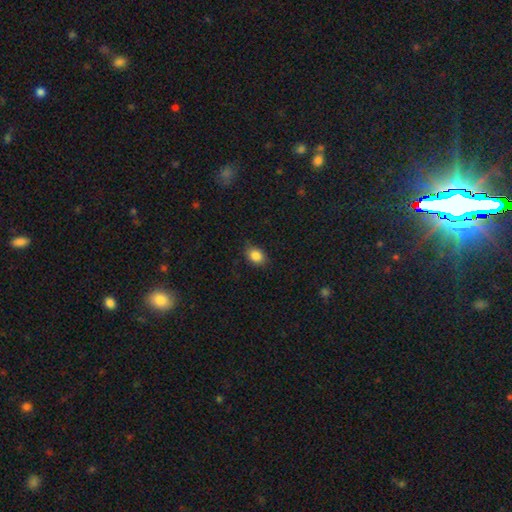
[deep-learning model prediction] The model was most divided on "how rounded": in between: 70%, round: 28%, cigar-shaped: 1%. More confident: smooth or featured — smooth (86%); merging — none (82%).